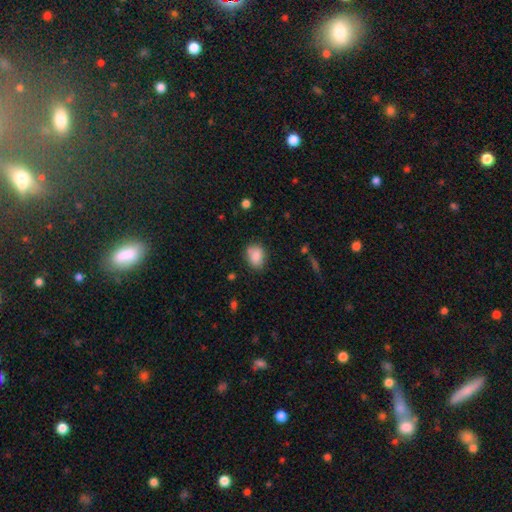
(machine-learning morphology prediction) This appears to be a smooth galaxy with no disk features (83%) that is in between round and cigar-shaped (62%). Merging: none (69%).